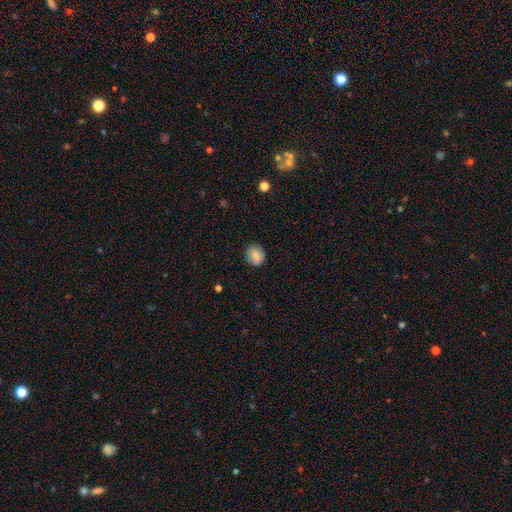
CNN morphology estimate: smooth 83%, star or artifact 9%, featured or disk 8%. Down the decision tree: how rounded — round (70%); merging — none (84%).